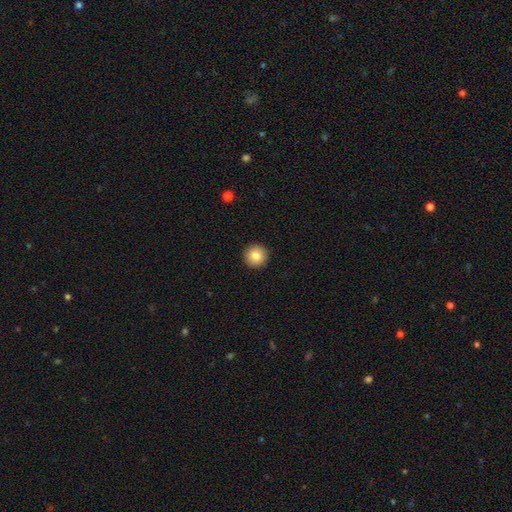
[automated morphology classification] This is clearly a smooth galaxy (83%). How rounded: clearly round (96%). Merging: clearly none (93%).